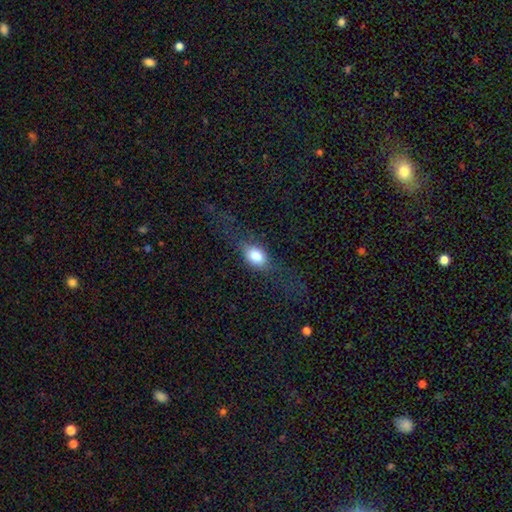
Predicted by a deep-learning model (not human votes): The model was most divided on "merging": none: 57%, major disturbance: 22%, minor disturbance: 19%, merger: 2%. More confident: how rounded — in between (72%); smooth or featured — smooth (72%).